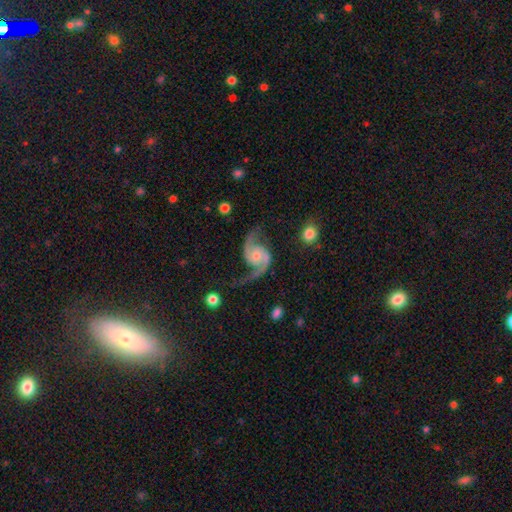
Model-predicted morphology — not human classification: A featured or disk galaxy (92%) with no bar (66%), 2 (94%) loose (51%) spiral arms (98%) and a small central bulge (50%).

Vote fractions:
- Smooth or featured? featured or disk: 92% / star or artifact: 4% / smooth: 3%
- Edge-on disk? no: 98% / yes: 2%
- Bar? no: 66% / weak: 27% / strong: 7%
- Spiral arms? yes: 98% / no: 2%
- Spiral winding? loose: 51% / medium: 41% / tight: 8%
- Spiral arm count? 2: 94% / 1: 1% / can't tell: 1% / 3: 1% / 4: 1% / more than 4: 1%
- Bulge size? small: 50% / moderate: 38% / none: 6% / large: 4% / dominant: 1%
- Merging? none: 72% / minor disturbance: 16% / major disturbance: 9% / merger: 2%